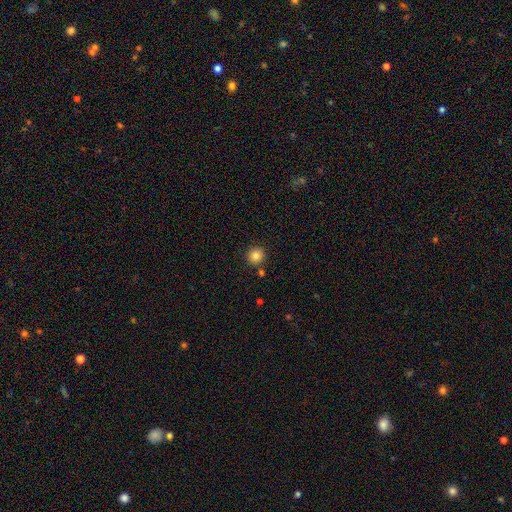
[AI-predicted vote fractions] Smooth or featured?
  - smooth: 84% *
  - star or artifact: 11%
  - featured or disk: 5%
How rounded?
  - round: 95% *
  - in between: 4%
  - cigar-shaped: 1%
Merging?
  - none: 87% *
  - minor disturbance: 6%
  - merger: 4%
  - major disturbance: 2%